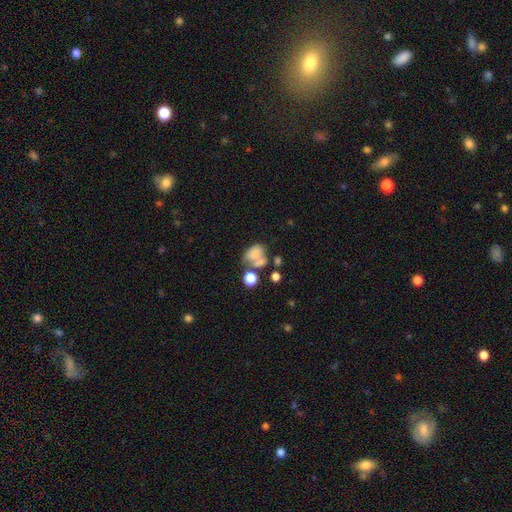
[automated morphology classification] smooth-or-featured: smooth: 66% | featured or disk: 20% | star or artifact: 13%
  how-rounded: in between: 66% | round: 33% | cigar-shaped: 1%
  merging: merger: 39% | none: 26% | major disturbance: 18% | minor disturbance: 16%